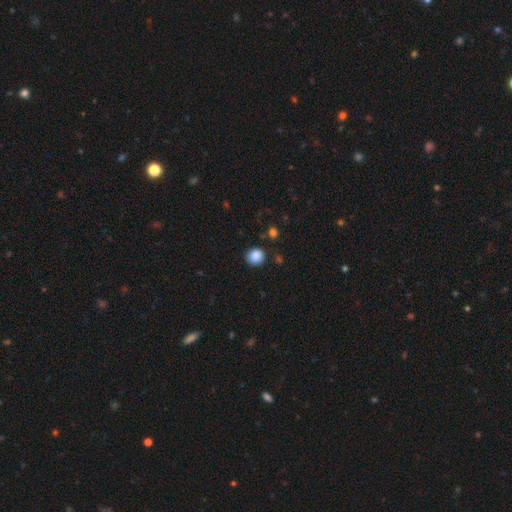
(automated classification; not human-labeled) Morphology: type=smooth (87%); roundness=round (87%); merging=none (87%).